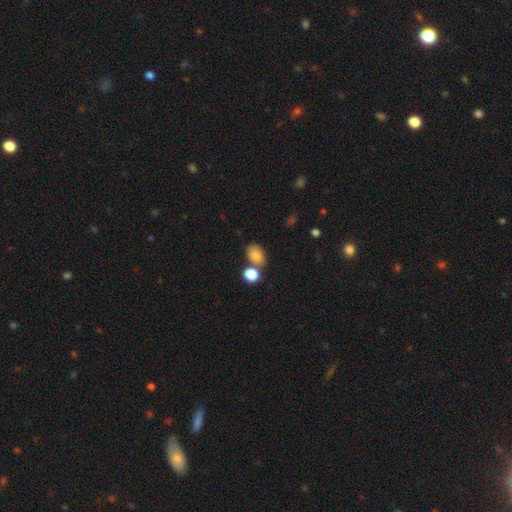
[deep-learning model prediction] Smooth or featured? smooth (81%)
How rounded? in between (77%)
Merging? none (59%)